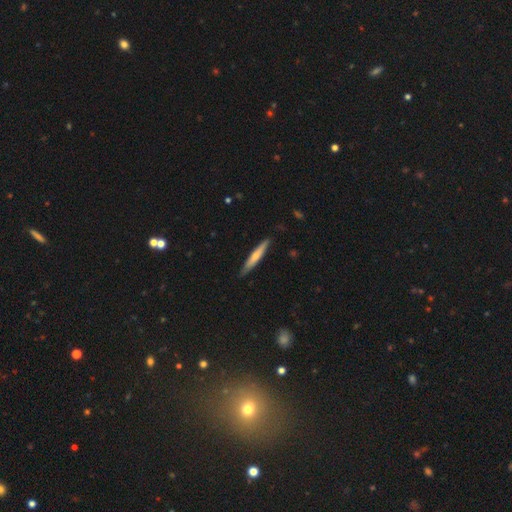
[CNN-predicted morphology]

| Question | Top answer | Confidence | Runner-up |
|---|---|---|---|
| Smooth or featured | smooth | 57% | featured or disk (38%) |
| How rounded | cigar-shaped | 94% | in between (5%) |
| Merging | none | 87% | minor disturbance (10%) |